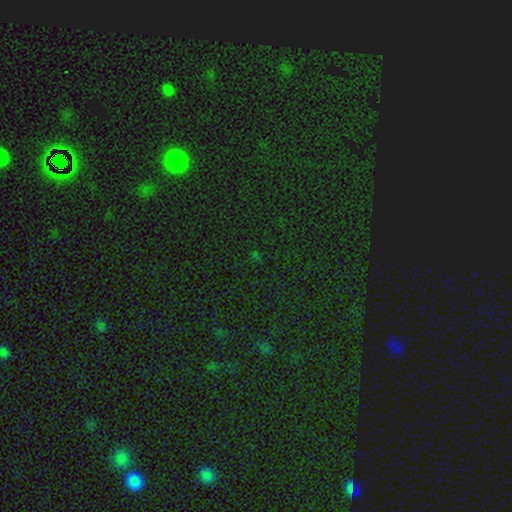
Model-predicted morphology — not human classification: Smooth or featured? star or artifact (69%)